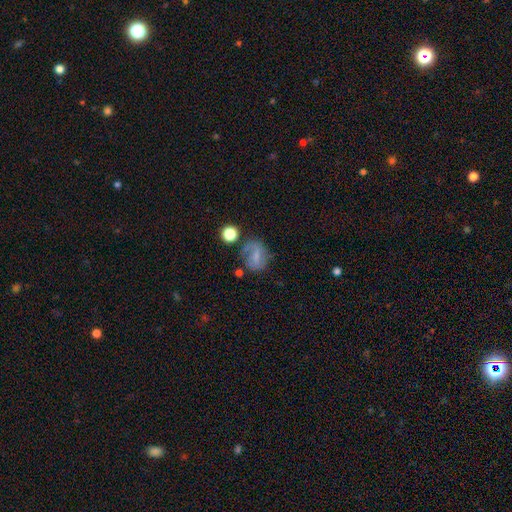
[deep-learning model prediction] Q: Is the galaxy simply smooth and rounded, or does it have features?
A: smooth — 46%.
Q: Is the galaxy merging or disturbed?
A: none — 56%.